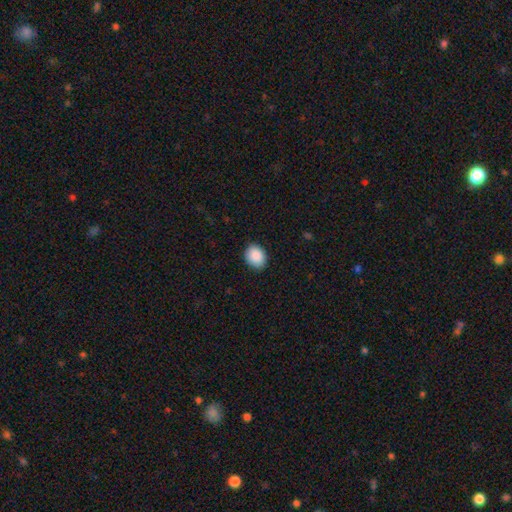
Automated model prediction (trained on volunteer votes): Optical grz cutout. It shows a smooth galaxy with no disk features (90%) that is round (50%). Merging: none (88%).